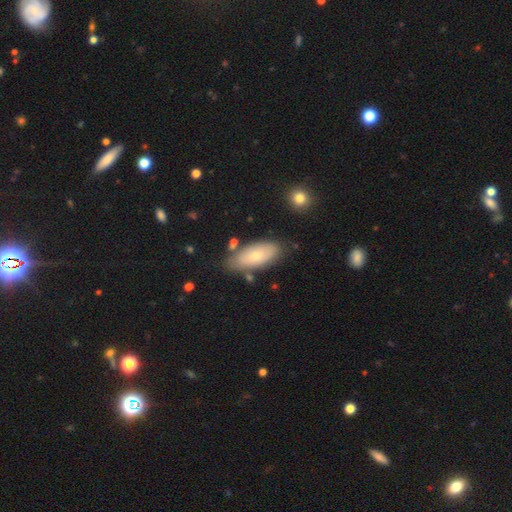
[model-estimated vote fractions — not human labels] A smooth galaxy with no disk features (67%) that is in between round and cigar-shaped (86%). Merging: none (75%).